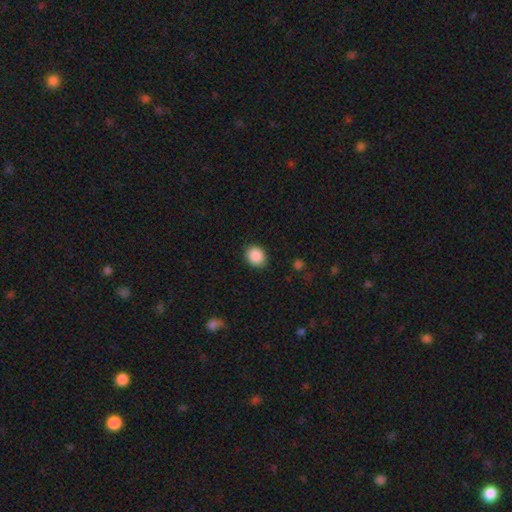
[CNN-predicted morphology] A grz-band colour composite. It shows a smooth galaxy with no disk features (89%) that is round (67%). Merging: none (88%).